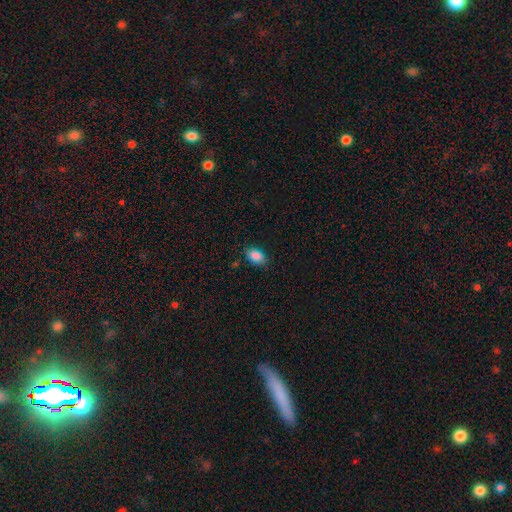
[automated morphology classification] Q: Smooth or featured?
A: smooth (87%); runner-up: star or artifact (9%)
Q: How rounded?
A: in between (83%); runner-up: round (15%)
Q: Merging?
A: none (78%); runner-up: minor disturbance (17%)